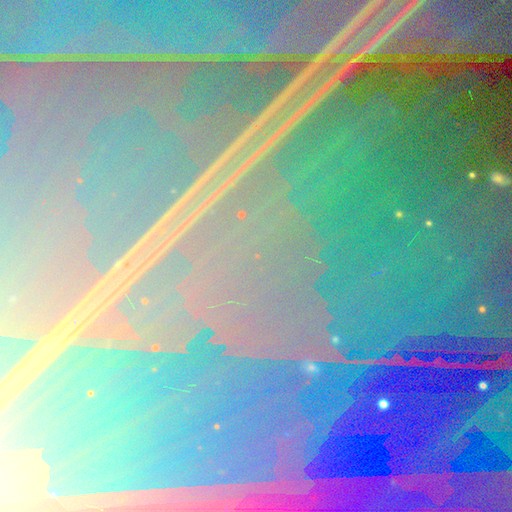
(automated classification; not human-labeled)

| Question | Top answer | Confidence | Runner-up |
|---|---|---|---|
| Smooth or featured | star or artifact | 89% | featured or disk (6%) |